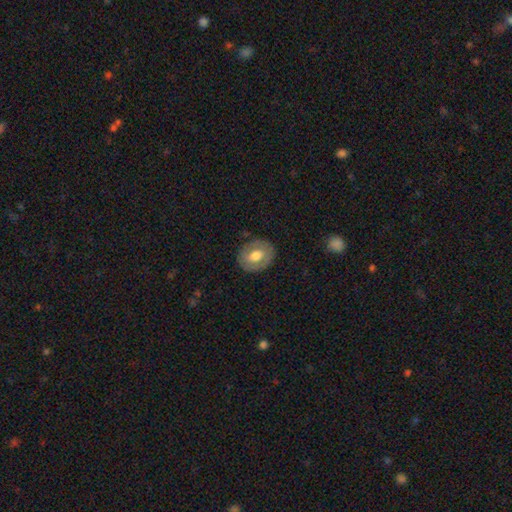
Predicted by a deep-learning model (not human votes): A smooth galaxy with no disk features (56%) that is in between round and cigar-shaped (51%).

Vote fractions:
- Smooth or featured? smooth: 56% / featured or disk: 37% / star or artifact: 6%
- How rounded? in between: 51% / round: 48% / cigar-shaped: 1%
- Merging? none: 83% / minor disturbance: 12% / major disturbance: 4% / merger: 1%